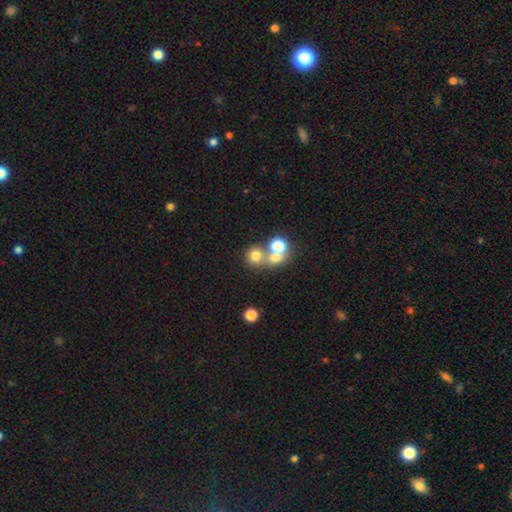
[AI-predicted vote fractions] Overall: smooth (60%; star or artifact 23%). How rounded: round (84%). Merging: merger (45%; none 44%).